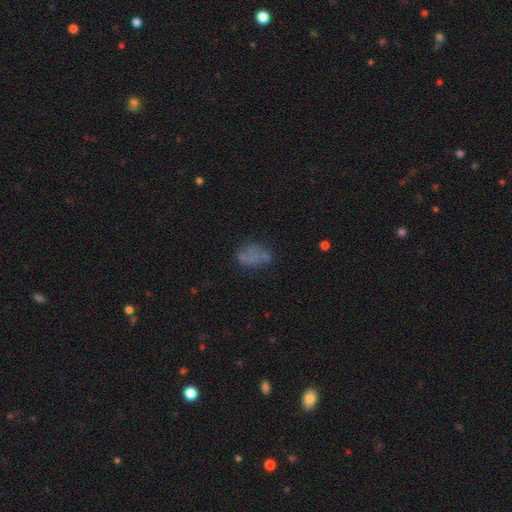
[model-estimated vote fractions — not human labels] This is possibly a smooth galaxy (55%). How rounded: likely in between (79%). Merging: possibly none (47%).